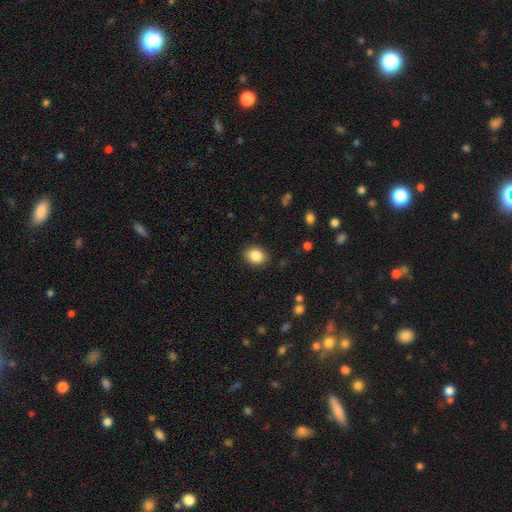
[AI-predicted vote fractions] Morphology: type=smooth (86%); roundness=in between (58%); merging=none (87%).